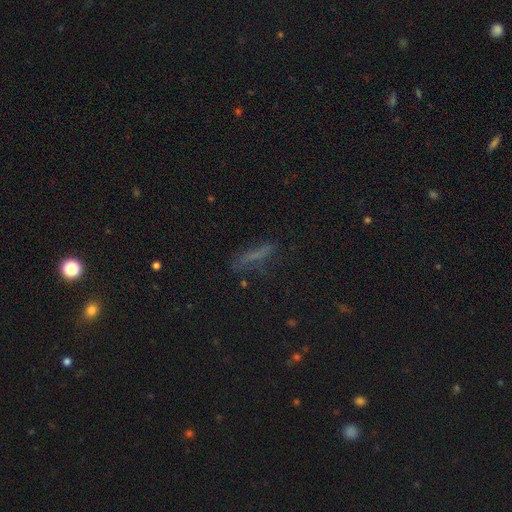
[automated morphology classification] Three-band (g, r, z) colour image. It shows a smooth galaxy with no disk features (53%) that is cigar-shaped (81%). Merging: none (64%).